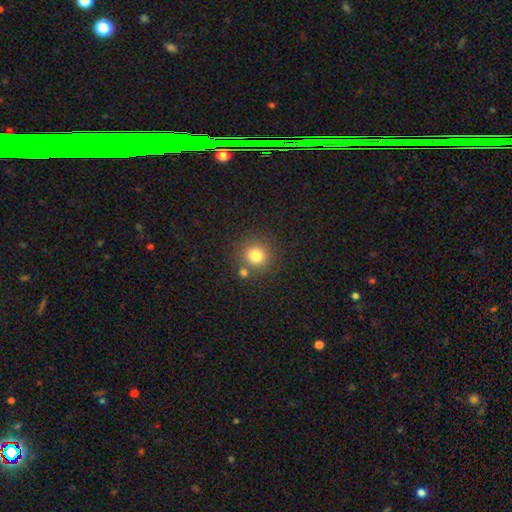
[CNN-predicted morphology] Smooth or featured? Predicted: smooth (p=0.80). How rounded? Predicted: round (p=0.91). Merging? Predicted: none (p=0.77).